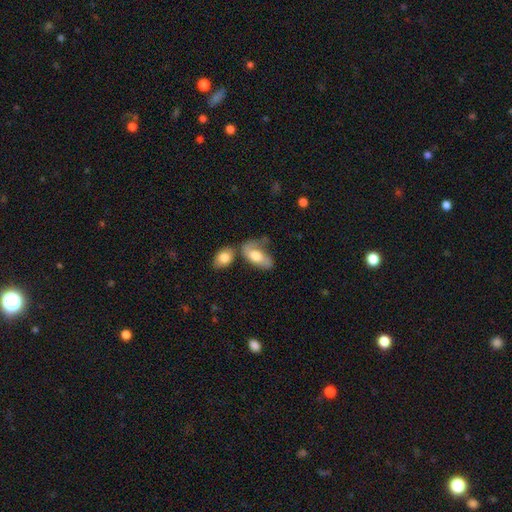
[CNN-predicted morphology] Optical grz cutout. It shows a smooth galaxy with no disk features (59%) that is in between round and cigar-shaped (91%). Merging: none (36%).